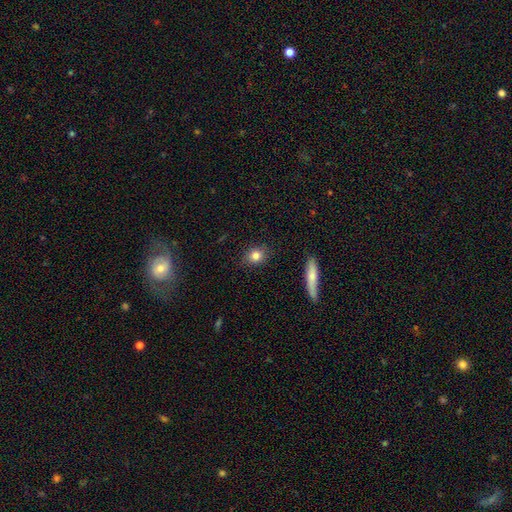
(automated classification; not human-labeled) Smooth or featured: smooth — 82% (star or artifact — 9%)
How rounded: round — 62% (in between — 34%)
Merging: none — 86% (minor disturbance — 10%)